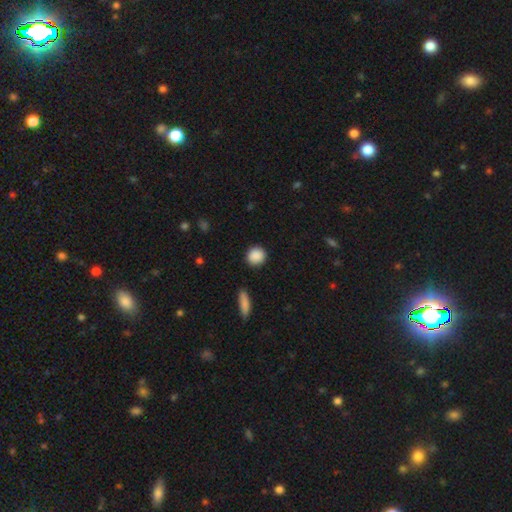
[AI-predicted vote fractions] Morphology: type=smooth (89%); roundness=round (90%); merging=none (90%).